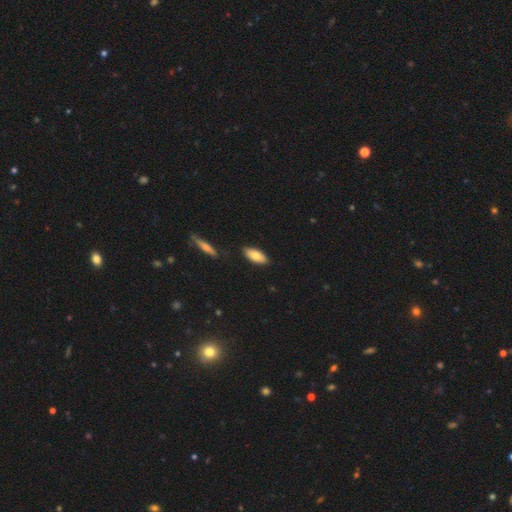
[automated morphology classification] smooth-or-featured: smooth: 80% | featured or disk: 14% | star or artifact: 6%
  how-rounded: in between: 85% | cigar-shaped: 13% | round: 2%
  merging: none: 85% | minor disturbance: 10% | merger: 3% | major disturbance: 2%